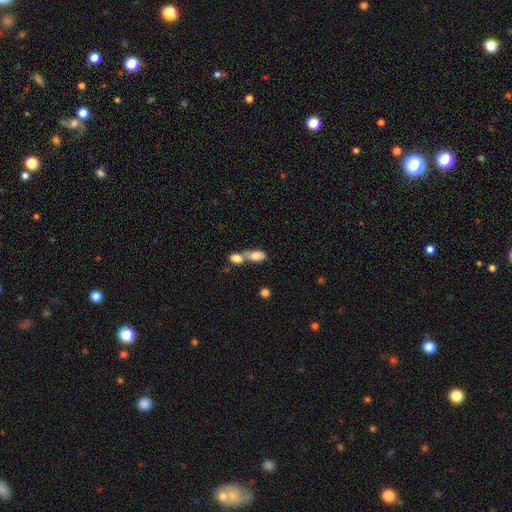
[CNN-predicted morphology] smooth 77%, featured or disk 16%, star or artifact 7%. Down the decision tree: how rounded — in between (86%); merging — merger (67%).